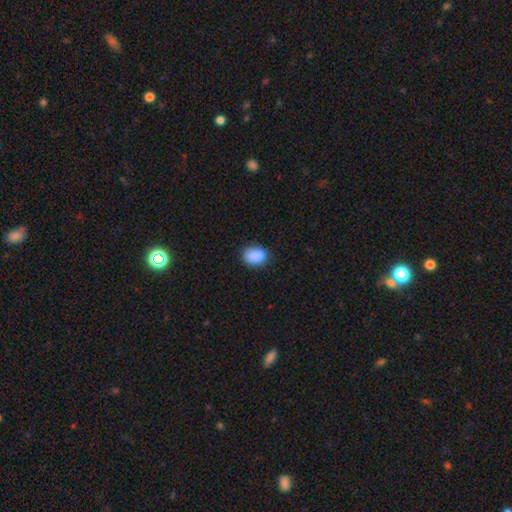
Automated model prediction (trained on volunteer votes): Overall: smooth (87%). How rounded: in between (74%). Merging: none (75%).